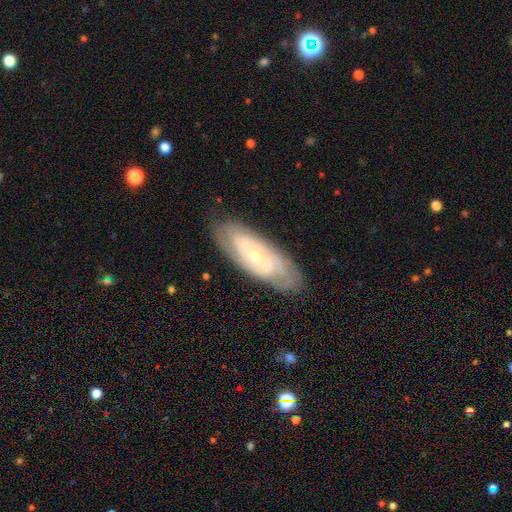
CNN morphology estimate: A featured or disk galaxy (75%) with no bar (66%), tight (67%) spiral arms (89%) and a small central bulge (76%). Merging: none (80%).